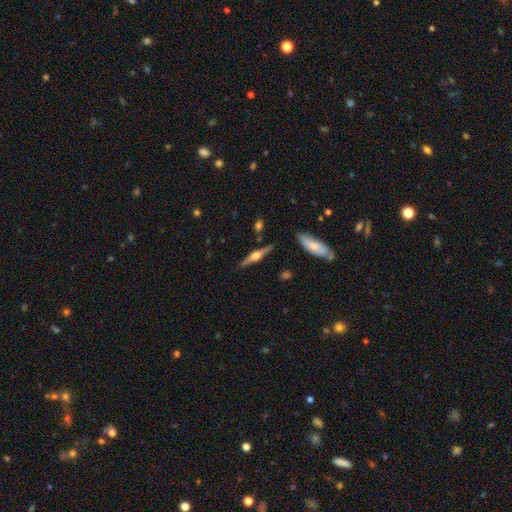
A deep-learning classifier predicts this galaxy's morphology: Overall: featured or disk (72%). Edge-on disk: yes (97%). Edge-on bulge: rounded (92%). Merging: none (86%).